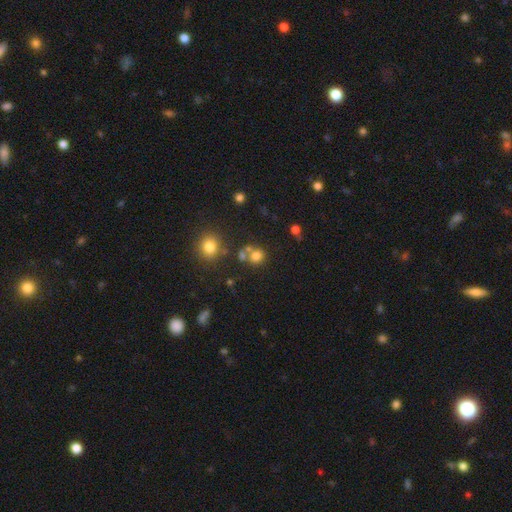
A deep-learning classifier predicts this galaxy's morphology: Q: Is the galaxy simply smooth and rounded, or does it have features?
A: smooth — 74%.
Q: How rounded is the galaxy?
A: round — 86%.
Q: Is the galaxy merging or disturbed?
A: none — 60%.